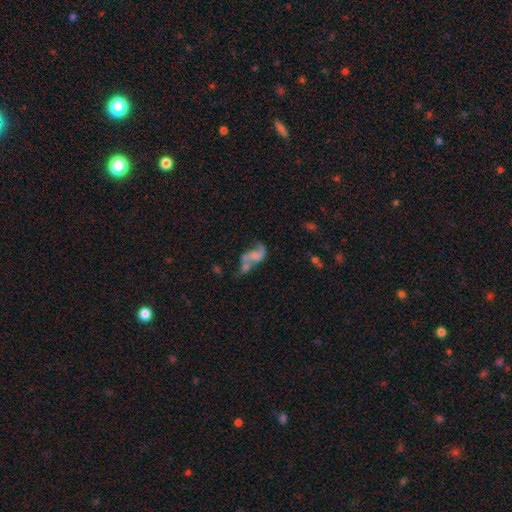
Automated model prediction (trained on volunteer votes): The model was most divided on "merging": merger: 38%, none: 28%, major disturbance: 20%, minor disturbance: 14%. Remaining: edge-on disk — no (95%); spiral arms — yes (74%); smooth or featured — featured or disk (64%); bar — no (61%); bulge size — none (48%).